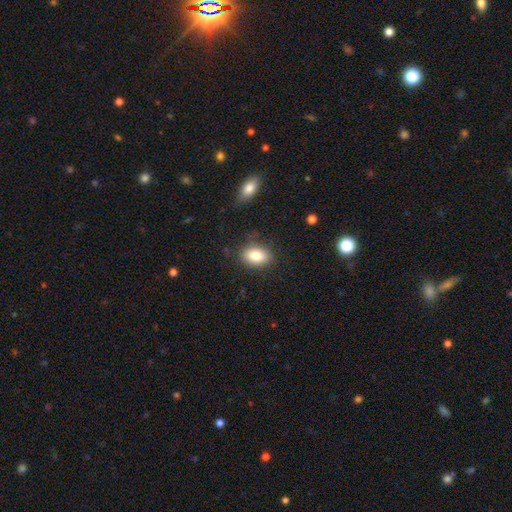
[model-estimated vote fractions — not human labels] smooth-or-featured: smooth: 85% | star or artifact: 8% | featured or disk: 8%
  how-rounded: in between: 84% | round: 14% | cigar-shaped: 2%
  merging: none: 81% | minor disturbance: 13% | major disturbance: 4% | merger: 2%